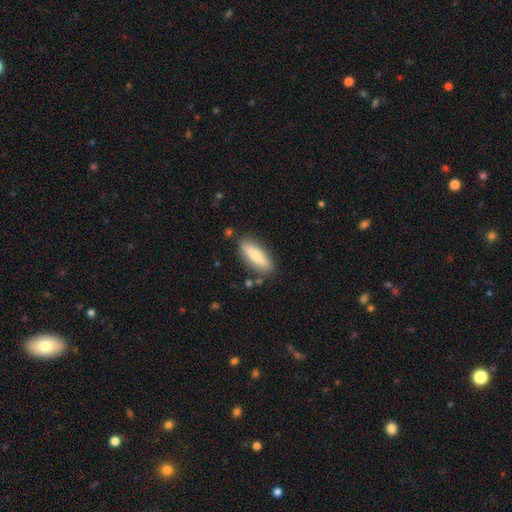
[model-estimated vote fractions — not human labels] This is likely a smooth galaxy (68%). How rounded: likely in between (61%). Merging: clearly none (83%).